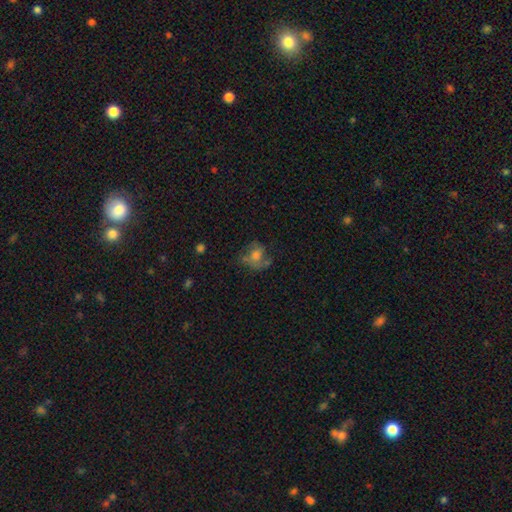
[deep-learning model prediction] Smooth or featured?
  - featured or disk: 46% *
  - smooth: 39%
  - star or artifact: 15%
Merging?
  - none: 46% *
  - major disturbance: 27%
  - minor disturbance: 22%
  - merger: 4%